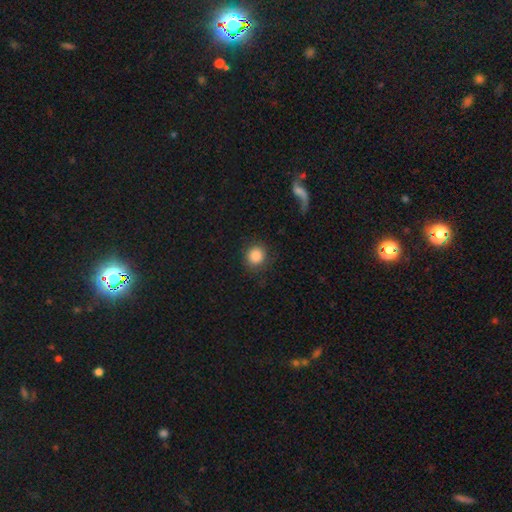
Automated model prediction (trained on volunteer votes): Smooth or featured: smooth — 86% (star or artifact — 9%)
How rounded: round — 91% (in between — 8%)
Merging: none — 83% (minor disturbance — 10%)